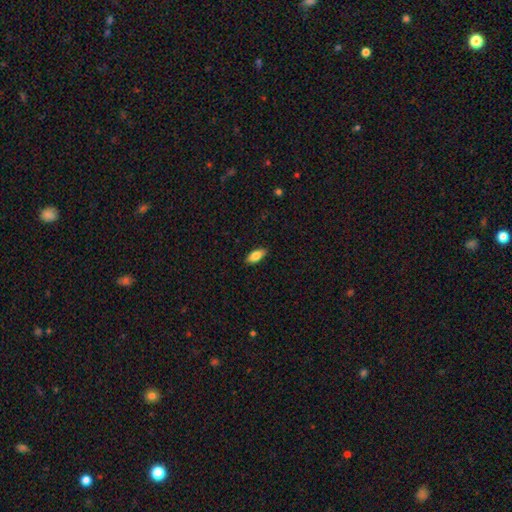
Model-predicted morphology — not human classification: Smooth or featured? smooth (84%)
How rounded? in between (86%)
Merging? none (87%)